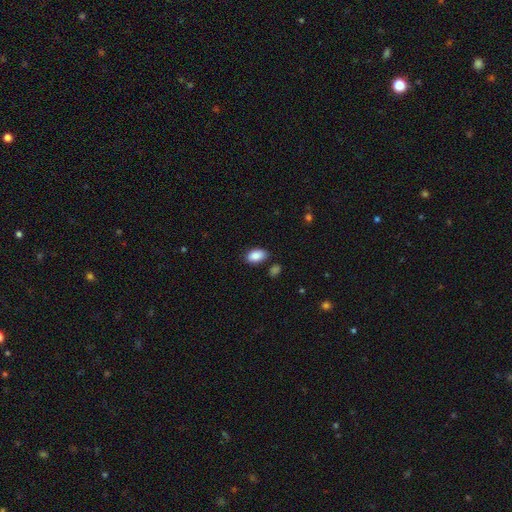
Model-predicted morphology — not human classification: smooth 88%, star or artifact 7%, featured or disk 5%. Down the decision tree: how rounded — in between (93%); merging — none (80%).